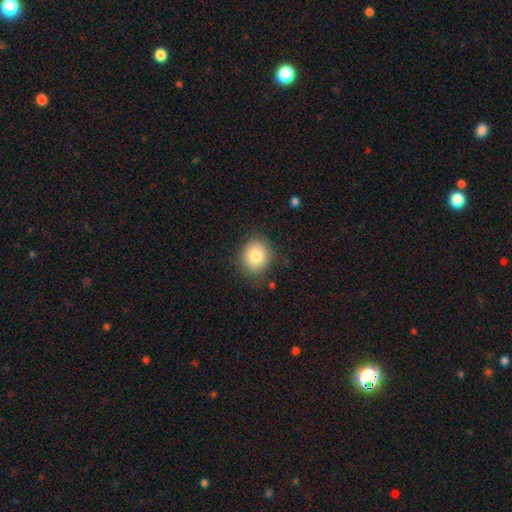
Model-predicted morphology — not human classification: smooth 81%, featured or disk 10%, star or artifact 9%. Down the decision tree: how rounded — round (74%); merging — none (84%).